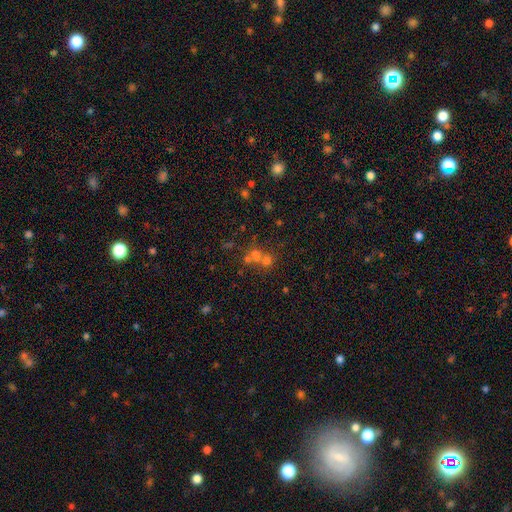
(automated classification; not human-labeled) Smooth or featured? smooth (50%)
Merging? merger (45%)